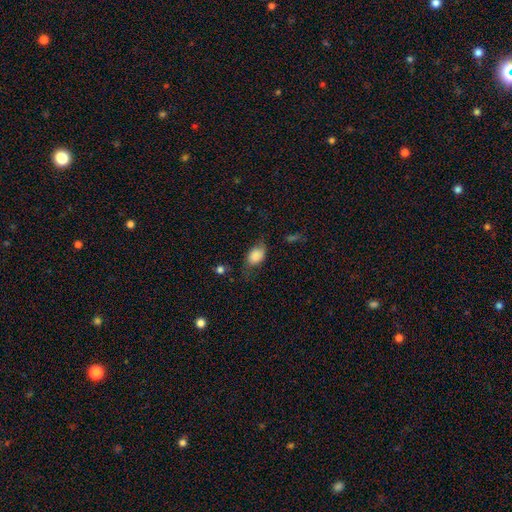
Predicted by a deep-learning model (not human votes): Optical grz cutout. It shows a smooth galaxy with no disk features (79%) that is in between round and cigar-shaped (81%). Merging: none (51%).